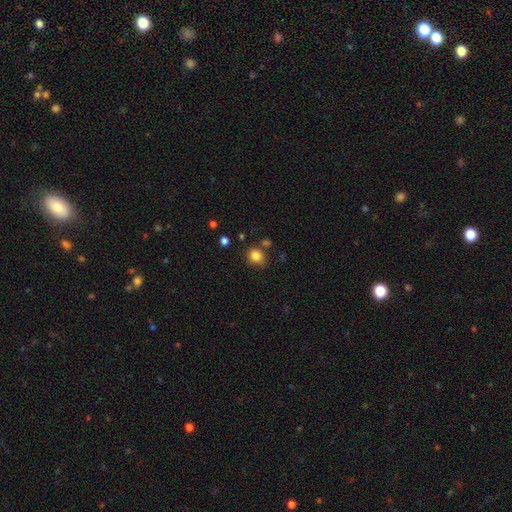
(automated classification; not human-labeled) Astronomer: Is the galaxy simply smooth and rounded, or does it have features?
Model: smooth — 83%.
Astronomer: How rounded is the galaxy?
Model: round — 67%.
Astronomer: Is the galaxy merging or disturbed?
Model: none — 75%.